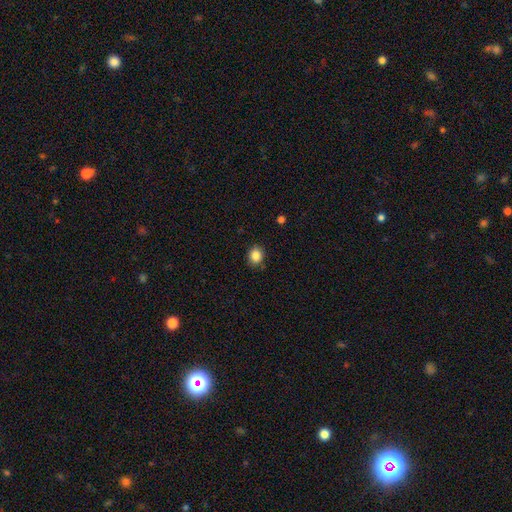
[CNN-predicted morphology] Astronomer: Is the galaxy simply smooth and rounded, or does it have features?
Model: smooth — 85%.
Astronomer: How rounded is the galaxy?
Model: round — 64%.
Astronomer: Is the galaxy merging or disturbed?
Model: none — 85%.